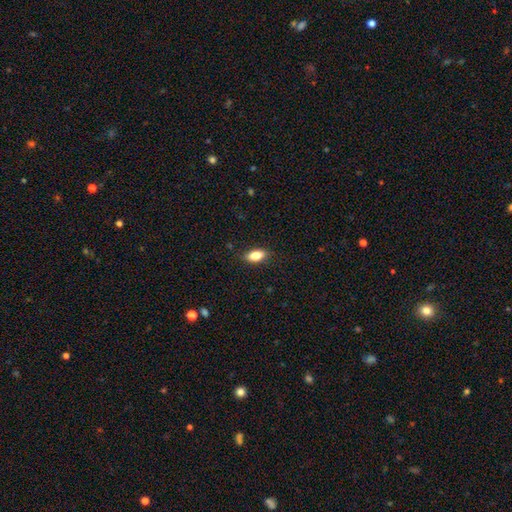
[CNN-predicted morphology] smooth_or_featured: smooth (p=0.81) [alt: featured or disk p=0.12]
how_rounded: in between (p=0.87) [alt: cigar-shaped p=0.08]
merging: none (p=0.85) [alt: minor disturbance p=0.12]